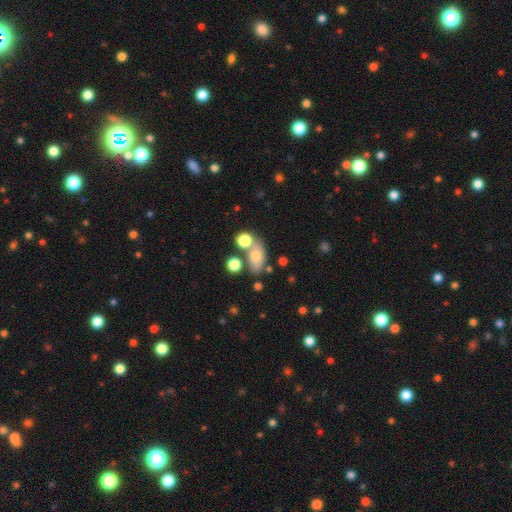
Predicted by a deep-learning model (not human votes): Smooth or featured? smooth (69%)
How rounded? in between (79%)
Merging? none (51%)